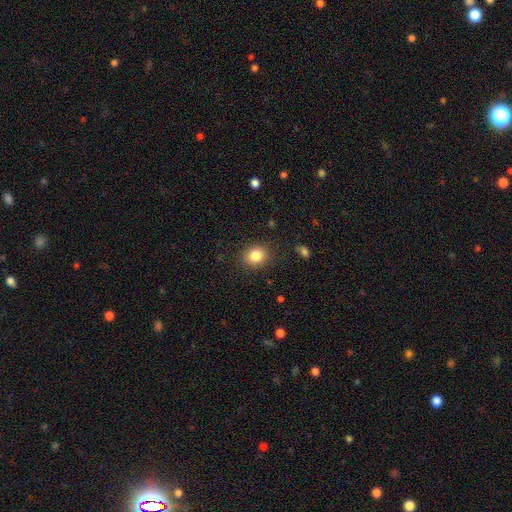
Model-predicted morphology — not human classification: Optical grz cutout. It shows a smooth galaxy with no disk features (84%) that is round (59%). Merging: none (87%).